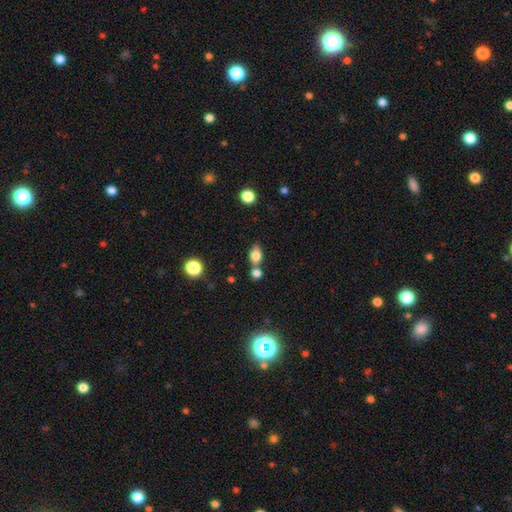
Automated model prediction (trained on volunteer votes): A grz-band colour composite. It shows a smooth galaxy with no disk features (75%) that is in between round and cigar-shaped (72%). Merging: none (50%).